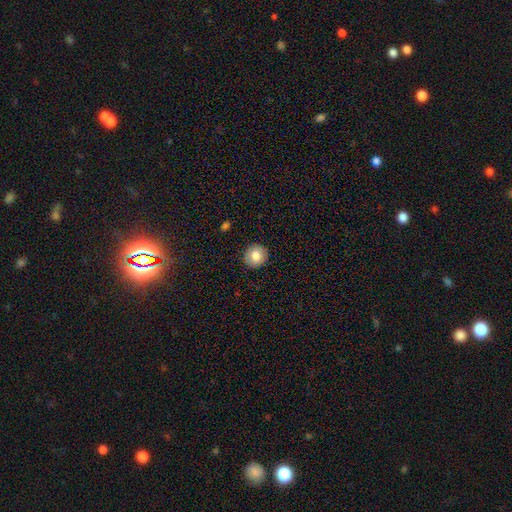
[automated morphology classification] Smooth or featured: smooth — 80% (featured or disk — 12%)
How rounded: round — 91% (in between — 8%)
Merging: none — 91% (minor disturbance — 6%)